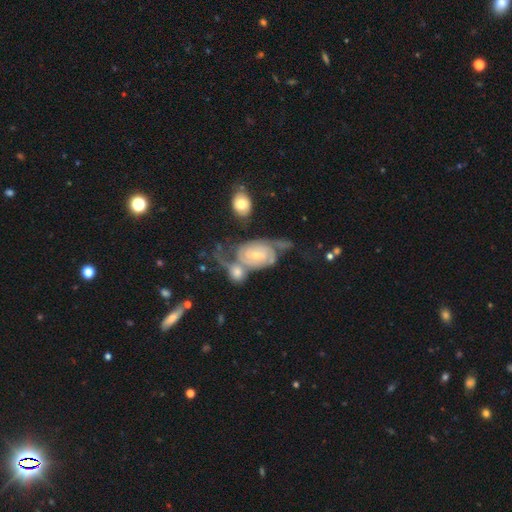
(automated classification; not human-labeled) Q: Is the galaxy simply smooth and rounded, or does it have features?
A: featured or disk — 82%.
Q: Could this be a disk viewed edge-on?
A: no — 95%.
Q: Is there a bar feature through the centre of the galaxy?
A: no — 62%.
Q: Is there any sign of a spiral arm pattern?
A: yes — 93%.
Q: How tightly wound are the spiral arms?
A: tight — 47%.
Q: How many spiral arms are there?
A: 2 — 58%.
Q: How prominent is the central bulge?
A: small — 65%.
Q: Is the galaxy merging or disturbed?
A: none — 34%.